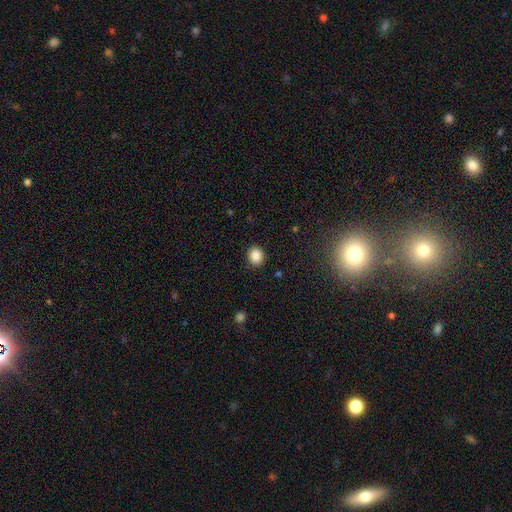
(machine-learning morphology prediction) Smooth or featured: smooth — 87% (star or artifact — 9%)
How rounded: round — 71% (in between — 28%)
Merging: none — 90% (minor disturbance — 7%)